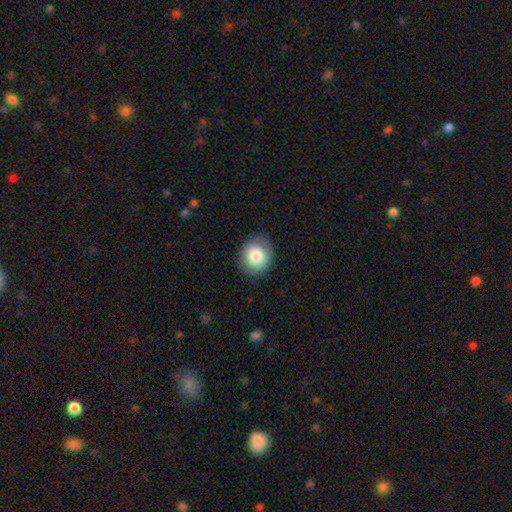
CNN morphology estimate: Smooth or featured? Predicted: smooth (p=0.82). How rounded? Predicted: round (p=0.72). Merging? Predicted: none (p=0.86).